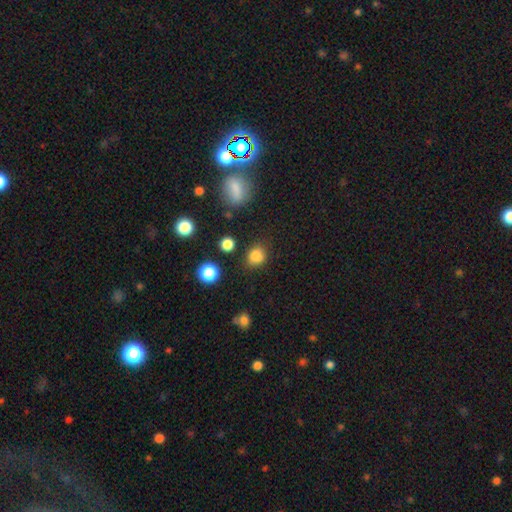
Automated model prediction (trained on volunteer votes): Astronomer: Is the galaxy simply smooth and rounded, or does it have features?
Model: smooth — 82%.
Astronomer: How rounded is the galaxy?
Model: round — 69%.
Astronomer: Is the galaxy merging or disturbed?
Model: none — 76%.